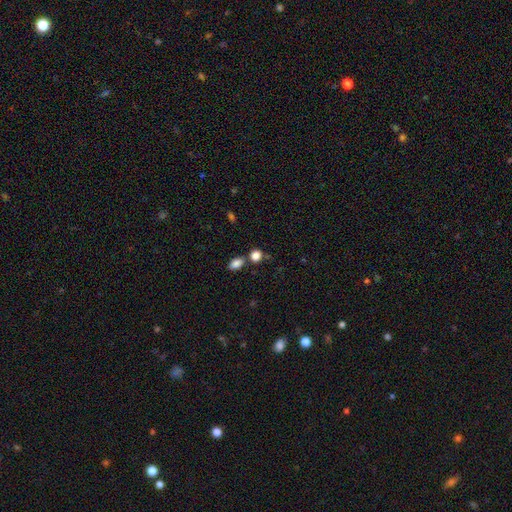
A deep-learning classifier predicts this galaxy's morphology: This appears to be a smooth galaxy with no disk features (84%) that is round (53%). Merging: none (62%).